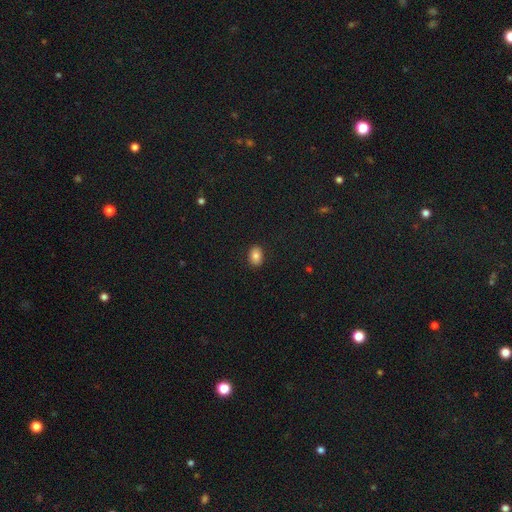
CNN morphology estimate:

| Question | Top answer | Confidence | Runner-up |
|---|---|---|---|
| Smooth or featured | smooth | 82% | star or artifact (10%) |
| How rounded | in between | 77% | round (22%) |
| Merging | none | 89% | minor disturbance (8%) |